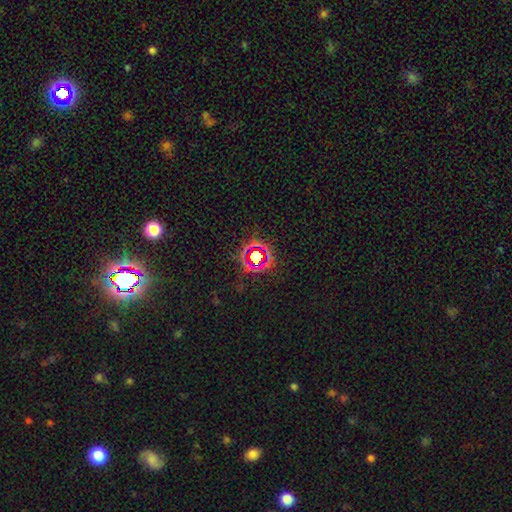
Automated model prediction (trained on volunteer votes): Smooth or featured? star or artifact (69%)